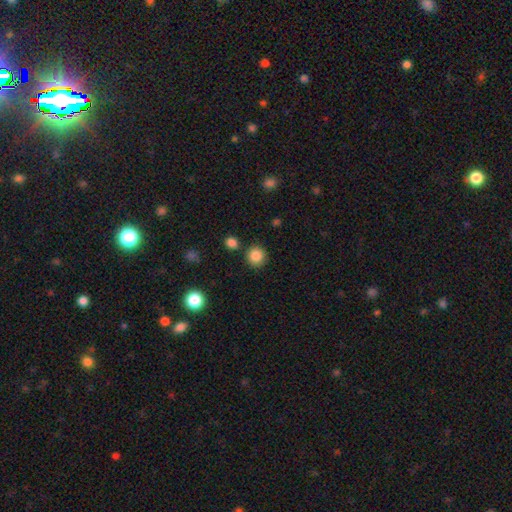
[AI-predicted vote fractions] Q: Smooth or featured?
A: smooth (85%); runner-up: star or artifact (10%)
Q: How rounded?
A: round (90%); runner-up: in between (9%)
Q: Merging?
A: none (85%); runner-up: minor disturbance (7%)